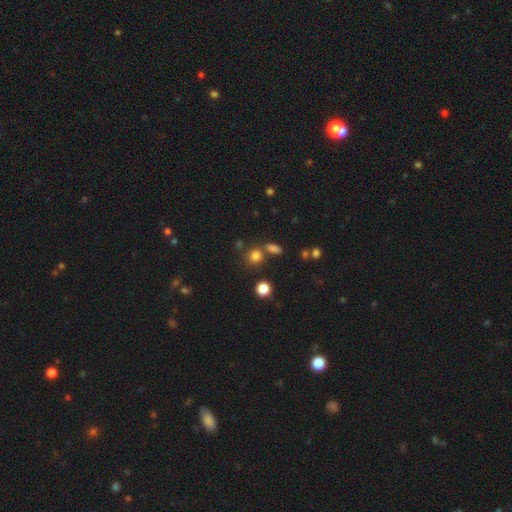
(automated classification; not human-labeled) Smooth or featured? Predicted: smooth (p=0.77). How rounded? Predicted: round (p=0.78). Merging? Predicted: none (p=0.67).